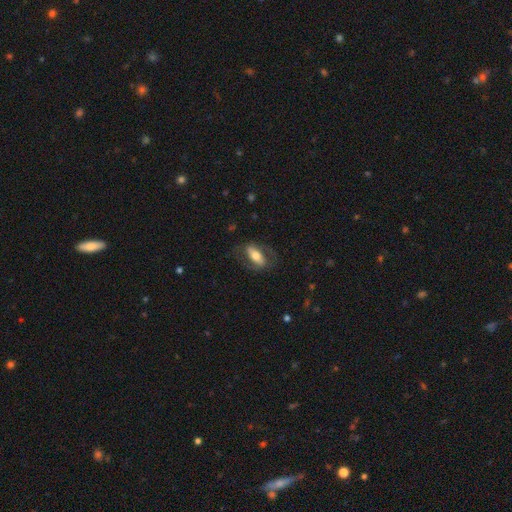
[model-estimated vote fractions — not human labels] This appears to be a smooth galaxy with no disk features (49%). Merging: none (68%).